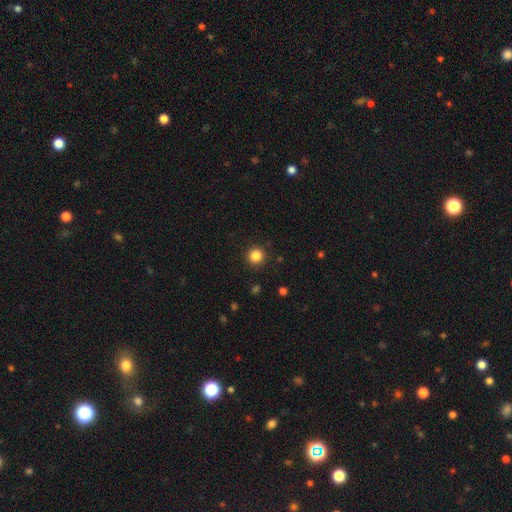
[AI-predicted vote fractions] A smooth galaxy with no disk features (85%) that is round (95%). Merging: none (91%).